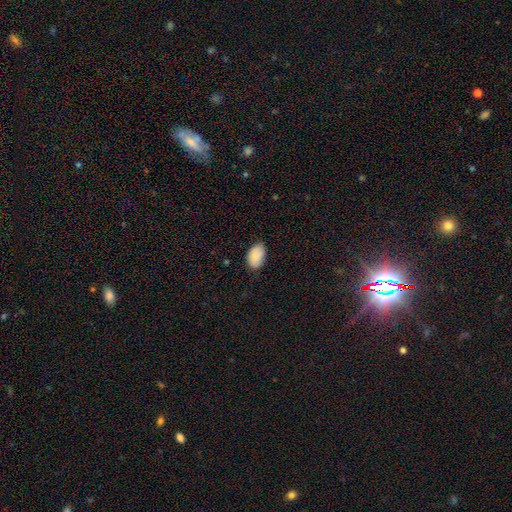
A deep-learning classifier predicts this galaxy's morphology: A smooth galaxy with no disk features (87%) that is in between round and cigar-shaped (90%).

Vote fractions:
- Smooth or featured? smooth: 87% / star or artifact: 7% / featured or disk: 6%
- How rounded? in between: 90% / round: 9% / cigar-shaped: 1%
- Merging? none: 77% / minor disturbance: 20% / major disturbance: 3% / merger: 1%